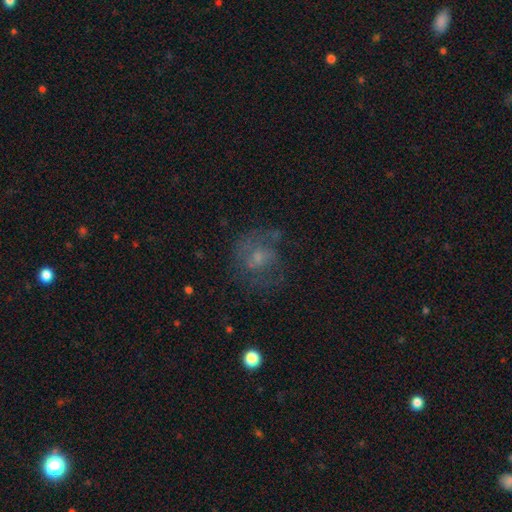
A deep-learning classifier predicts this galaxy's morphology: A featured or disk galaxy (51%).

Vote fractions:
- Smooth or featured? featured or disk: 51% / smooth: 33% / star or artifact: 16%
- Edge-on disk? no: 97% / yes: 3%
- Merging? none: 55% / major disturbance: 22% / minor disturbance: 19% / merger: 3%